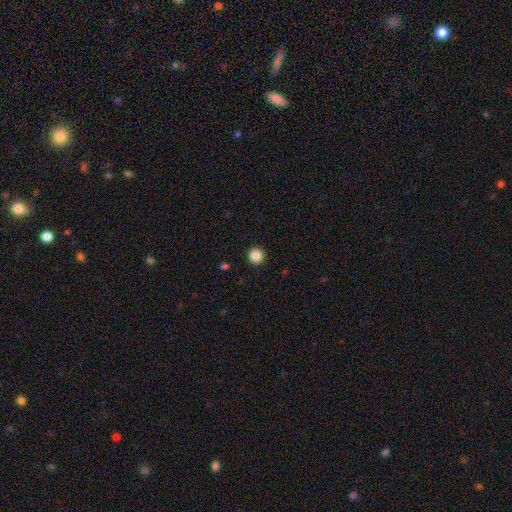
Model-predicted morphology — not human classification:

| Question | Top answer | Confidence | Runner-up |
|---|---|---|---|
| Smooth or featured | smooth | 86% | star or artifact (10%) |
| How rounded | round | 95% | in between (4%) |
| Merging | none | 93% | minor disturbance (4%) |